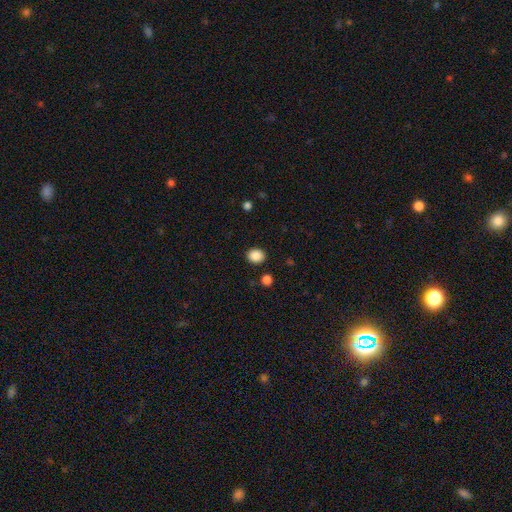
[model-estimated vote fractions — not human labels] This appears to be a smooth galaxy with no disk features (88%) that is round (61%). Merging: none (88%).